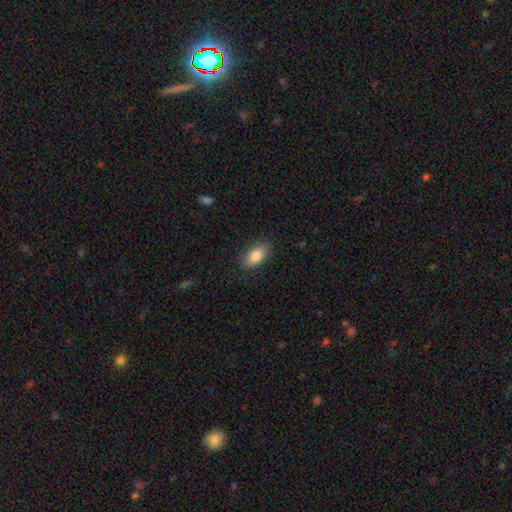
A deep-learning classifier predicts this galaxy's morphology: A smooth galaxy with no disk features (85%) that is in between round and cigar-shaped (92%).

Vote fractions:
- Smooth or featured? smooth: 85% / featured or disk: 8% / star or artifact: 7%
- How rounded? in between: 92% / round: 5% / cigar-shaped: 4%
- Merging? none: 83% / minor disturbance: 13% / major disturbance: 3% / merger: 1%